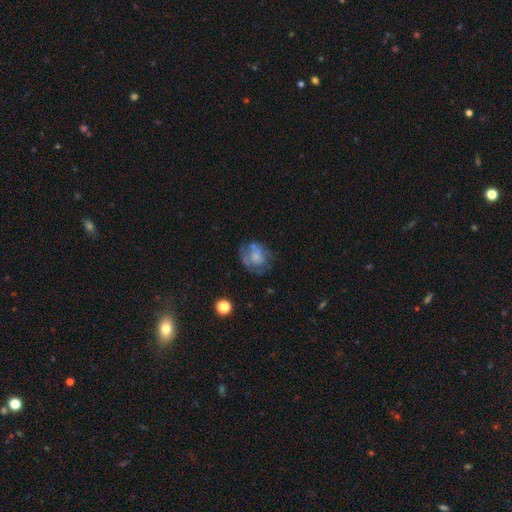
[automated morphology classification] Smooth or featured?
  - featured or disk: 48% *
  - smooth: 41%
  - star or artifact: 11%
Merging?
  - none: 47% *
  - minor disturbance: 25%
  - major disturbance: 22%
  - merger: 6%